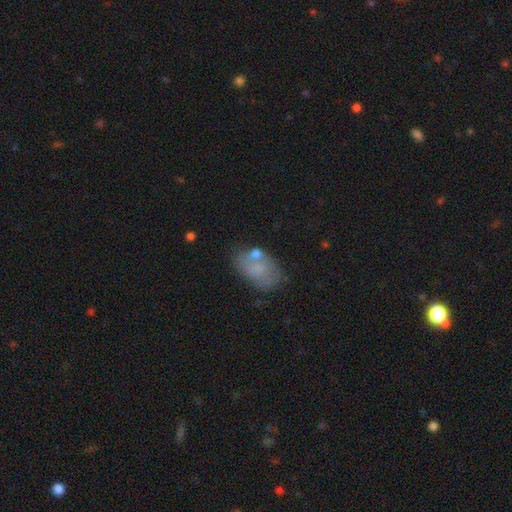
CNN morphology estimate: Smooth or featured?
  - smooth: 63% *
  - featured or disk: 27%
  - star or artifact: 10%
How rounded?
  - in between: 91% *
  - round: 7%
  - cigar-shaped: 2%
Merging?
  - none: 53% *
  - minor disturbance: 24%
  - merger: 13%
  - major disturbance: 10%